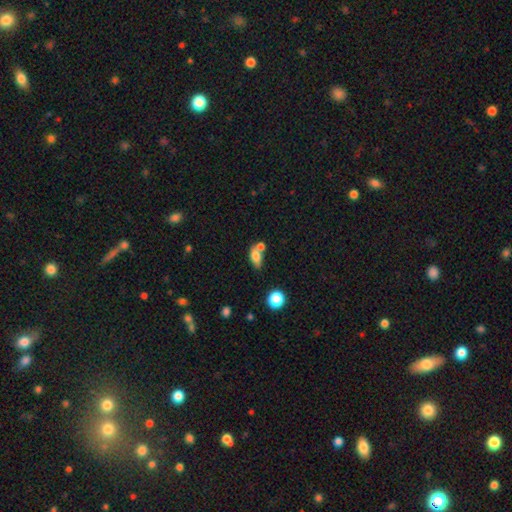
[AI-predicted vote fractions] smooth-or-featured: smooth: 76% | featured or disk: 15% | star or artifact: 10%
  how-rounded: in between: 82% | round: 11% | cigar-shaped: 7%
  merging: none: 43% | merger: 39% | minor disturbance: 13% | major disturbance: 6%